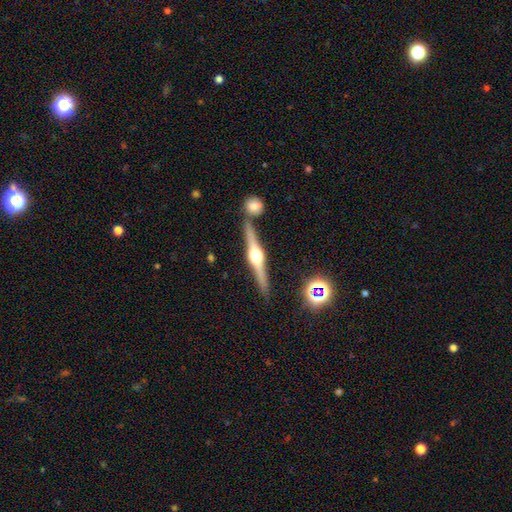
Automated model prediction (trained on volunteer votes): A featured or disk galaxy (83%) viewed edge-on (98%) with a rounded central bulge (95%).

Vote fractions:
- Smooth or featured? featured or disk: 83% / smooth: 11% / star or artifact: 6%
- Edge-on disk? yes: 98% / no: 2%
- Edge-on bulge? rounded: 95% / boxy: 4% / none: 1%
- Merging? none: 85% / minor disturbance: 8% / merger: 5% / major disturbance: 2%